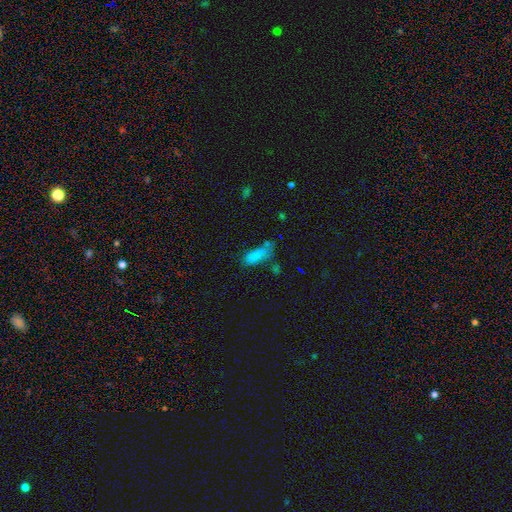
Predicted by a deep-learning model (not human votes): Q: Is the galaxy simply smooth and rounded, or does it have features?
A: smooth — 80%.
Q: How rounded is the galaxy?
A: in between — 61%.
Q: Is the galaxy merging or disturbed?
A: none — 52%.